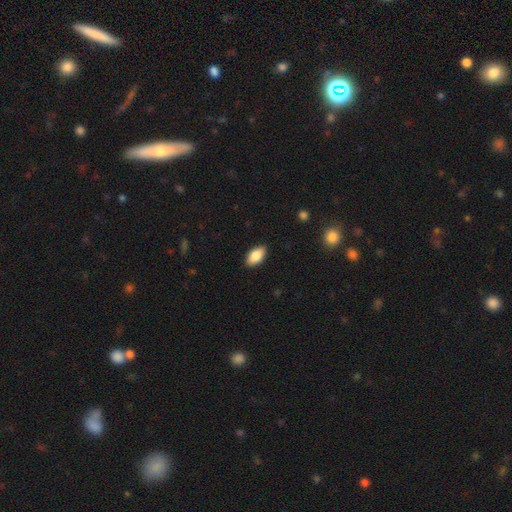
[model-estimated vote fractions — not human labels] Q: Smooth or featured?
A: smooth (87%); runner-up: star or artifact (7%)
Q: How rounded?
A: in between (93%); runner-up: cigar-shaped (3%)
Q: Merging?
A: none (88%); runner-up: minor disturbance (9%)